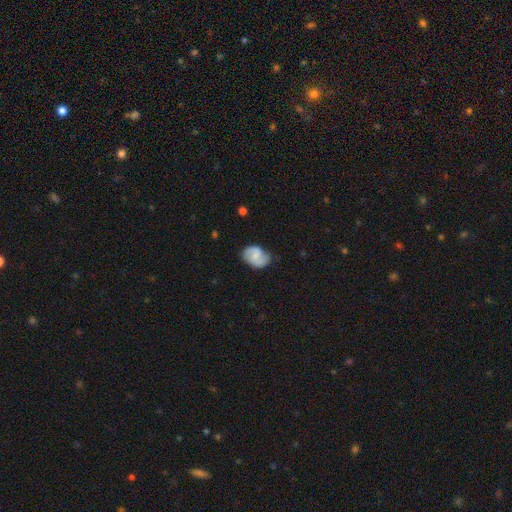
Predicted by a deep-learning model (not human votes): Smooth or featured? featured or disk (62%)
Edge-on disk? no (98%)
Bar? weak (49%)
Spiral arms? yes (90%)
Spiral winding? medium (48%)
Spiral arm count? 2 (86%)
Bulge size? small (47%)
Merging? none (70%)